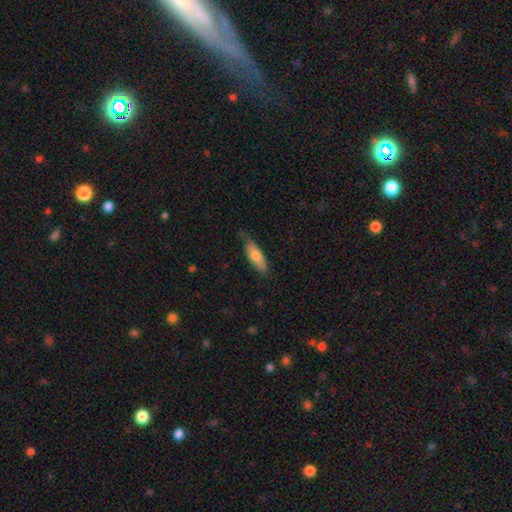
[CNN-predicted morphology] The model was most divided on "how rounded": in between: 63%, cigar-shaped: 35%, round: 2%. More confident: smooth or featured — smooth (73%); merging — none (70%).